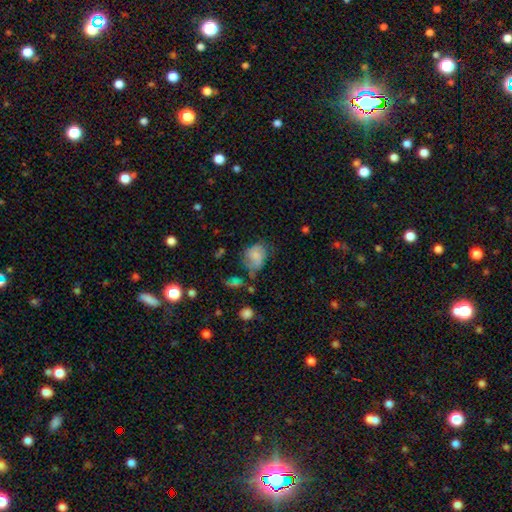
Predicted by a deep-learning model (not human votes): Overall: smooth (59%; featured or disk 31%). How rounded: in between (57%; round 42%). Merging: none (35%; minor disturbance 30%).